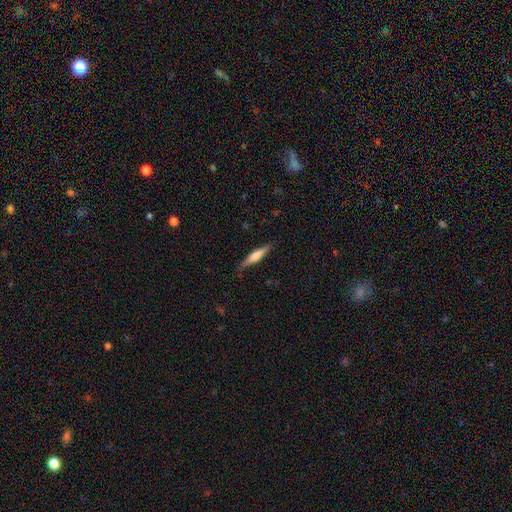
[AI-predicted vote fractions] Overall: featured or disk (49%; smooth 45%). Merging: none (84%).